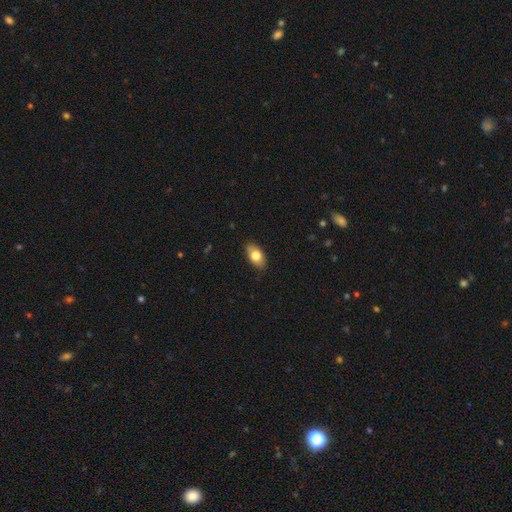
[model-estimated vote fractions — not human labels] Q: Smooth or featured?
A: smooth (77%); runner-up: featured or disk (16%)
Q: How rounded?
A: in between (91%); runner-up: round (6%)
Q: Merging?
A: none (86%); runner-up: minor disturbance (11%)